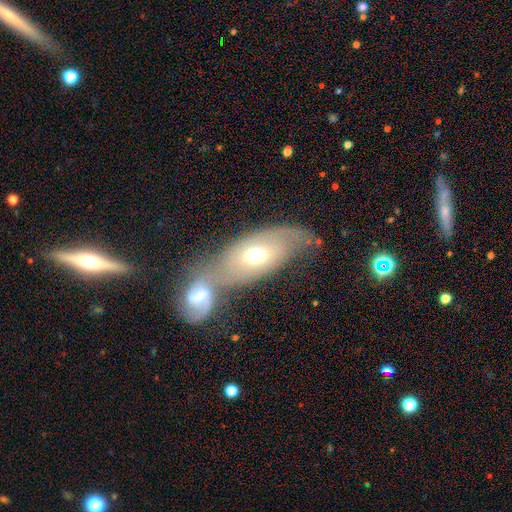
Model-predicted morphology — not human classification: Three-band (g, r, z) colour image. It shows a smooth galaxy with no disk features (51%) that is in between round and cigar-shaped (85%). Merging: merger (60%).